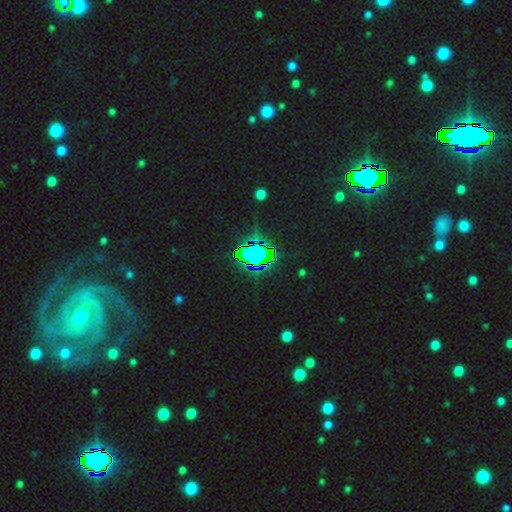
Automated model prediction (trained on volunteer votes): smooth-or-featured: star or artifact: 76% | smooth: 15% | featured or disk: 9%